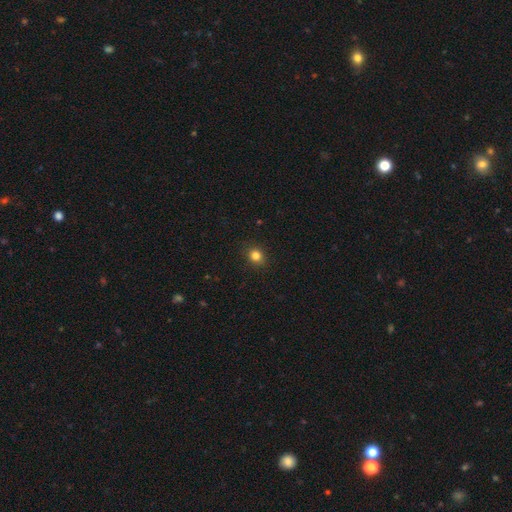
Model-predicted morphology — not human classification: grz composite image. It shows a smooth galaxy with no disk features (82%) that is round (75%). Merging: none (90%).